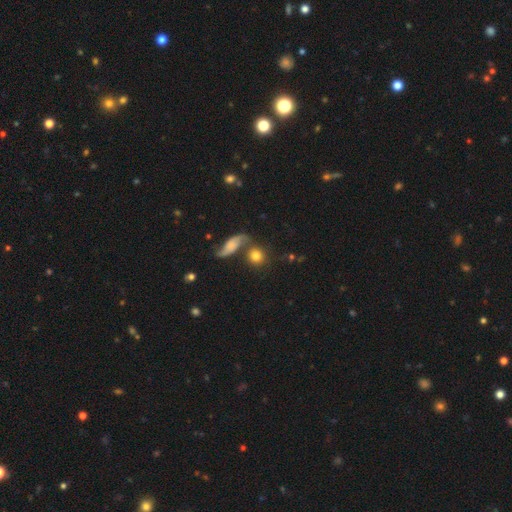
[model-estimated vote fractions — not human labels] smooth_or_featured: smooth (p=0.69) [alt: featured or disk p=0.21]
how_rounded: round (p=0.84) [alt: in between p=0.13]
merging: none (p=0.60) [alt: merger p=0.22]